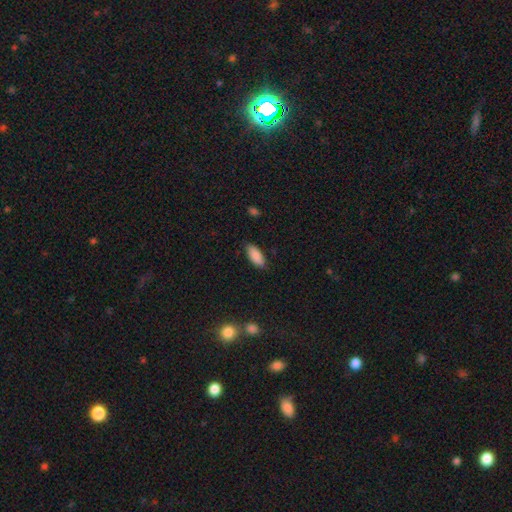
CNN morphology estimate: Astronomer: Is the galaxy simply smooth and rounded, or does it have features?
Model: smooth — 88%.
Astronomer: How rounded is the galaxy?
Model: in between — 85%.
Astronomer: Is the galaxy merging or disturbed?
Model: none — 85%.